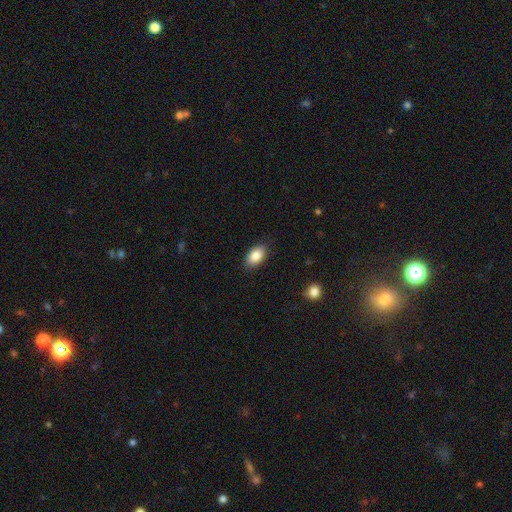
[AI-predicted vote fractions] smooth_or_featured: smooth (p=0.86) [alt: star or artifact p=0.07]
how_rounded: in between (p=0.92) [alt: round p=0.05]
merging: none (p=0.87) [alt: minor disturbance p=0.10]